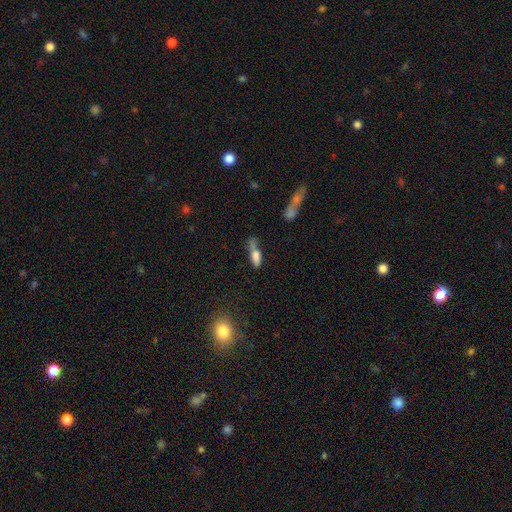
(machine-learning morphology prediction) Smooth or featured? smooth (69%)
How rounded? in between (59%)
Merging? none (36%)